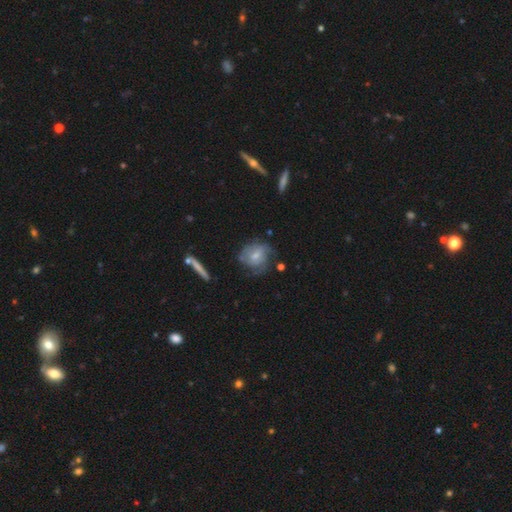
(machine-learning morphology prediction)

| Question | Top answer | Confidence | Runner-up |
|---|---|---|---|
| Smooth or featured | featured or disk | 54% | smooth (38%) |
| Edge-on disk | no | 95% | yes (5%) |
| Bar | no | 49% | weak (43%) |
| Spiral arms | yes | 72% | no (28%) |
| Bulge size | small | 48% | moderate (40%) |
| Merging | none | 55% | minor disturbance (26%) |